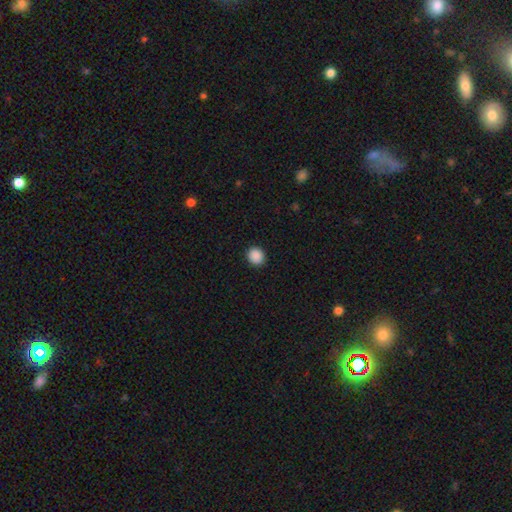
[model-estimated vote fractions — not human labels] A smooth galaxy with no disk features (89%) that is round (85%). Merging: none (92%).